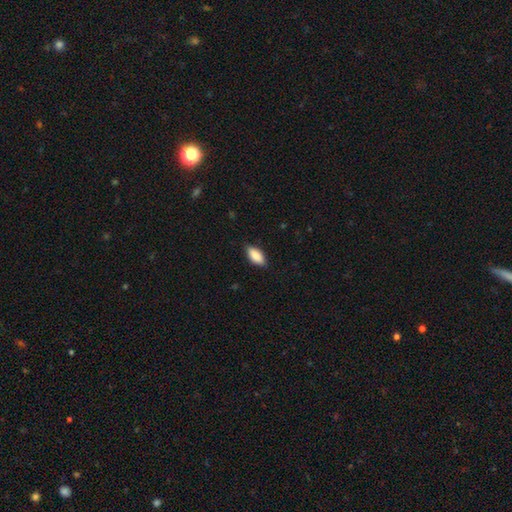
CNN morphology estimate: Smooth or featured? Predicted: smooth (p=0.87). How rounded? Predicted: in between (p=0.87). Merging? Predicted: none (p=0.85).